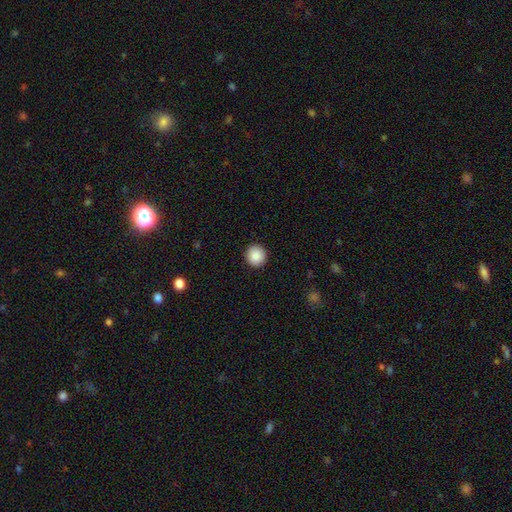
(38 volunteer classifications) Overall: smooth (89%). How rounded: round (97%). Merging: none (91%).